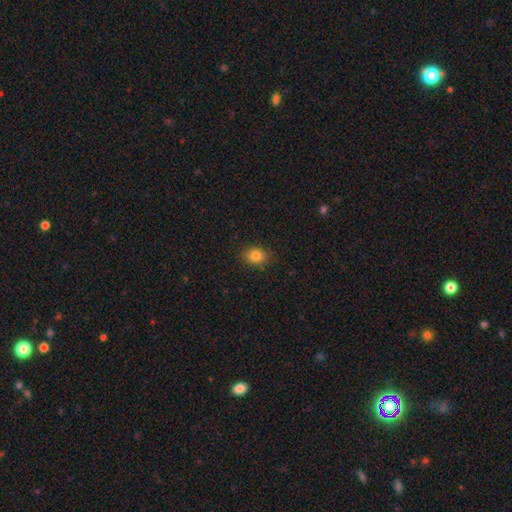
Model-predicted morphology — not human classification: Smooth or featured? Predicted: smooth (p=0.83). How rounded? Predicted: round (p=0.59). Merging? Predicted: none (p=0.88).